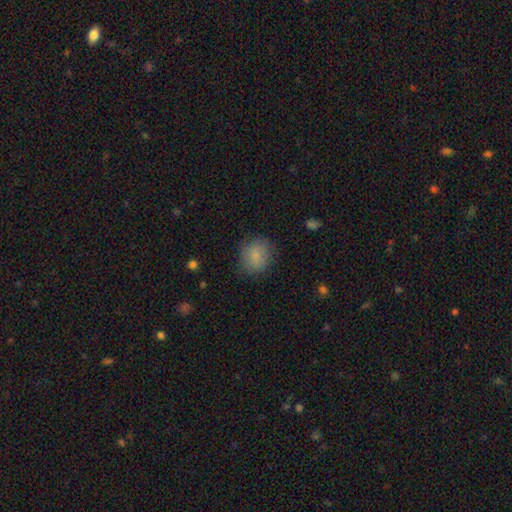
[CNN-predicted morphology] A smooth galaxy with no disk features (84%) that is round (65%). Merging: none (80%).